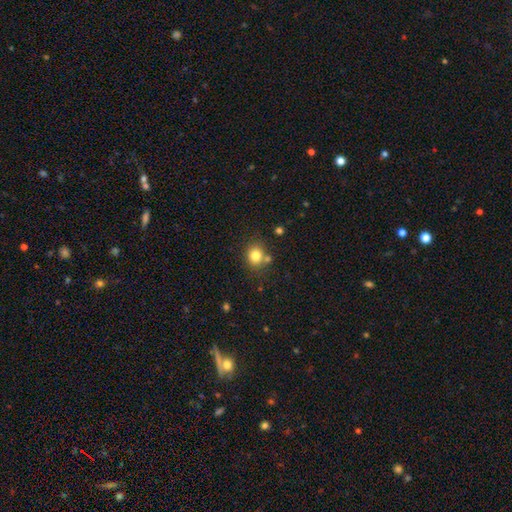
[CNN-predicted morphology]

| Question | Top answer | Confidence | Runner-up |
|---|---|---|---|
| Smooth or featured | smooth | 80% | star or artifact (12%) |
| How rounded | round | 73% | in between (26%) |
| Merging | none | 71% | merger (14%) |